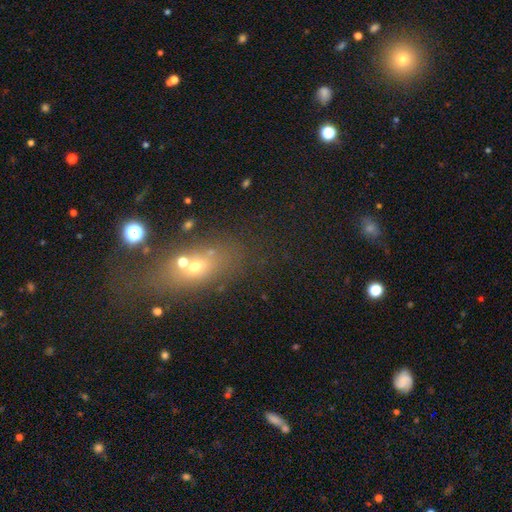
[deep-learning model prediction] The model was most divided on "smooth or featured": smooth: 45%, star or artifact: 33%, featured or disk: 22%. More confident: merging — none (54%).